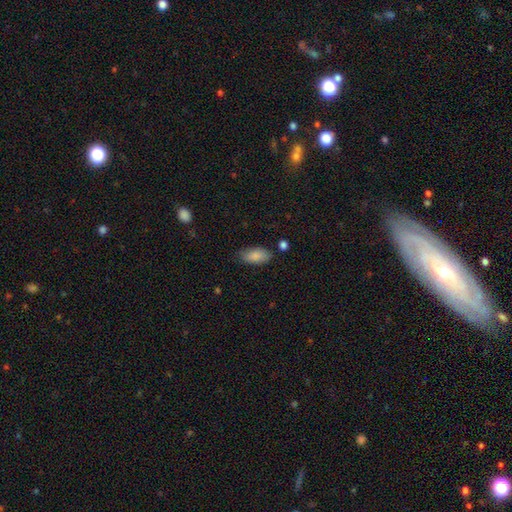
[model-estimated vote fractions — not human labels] Morphology: type=smooth (87%); roundness=in between (91%); merging=none (77%).